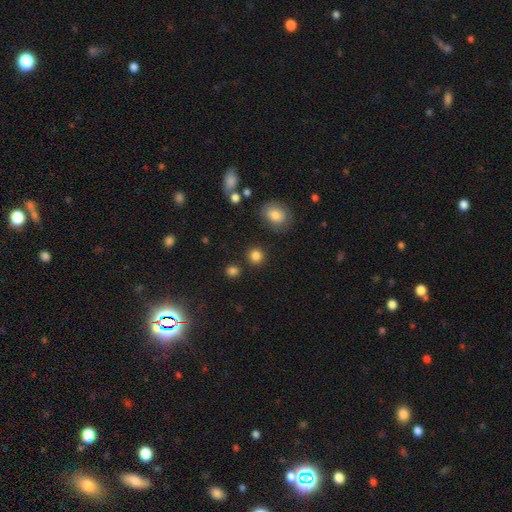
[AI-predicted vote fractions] The model was most divided on "smooth or featured": smooth: 84%, star or artifact: 12%, featured or disk: 4%. More confident: how rounded — round (90%); merging — none (86%).